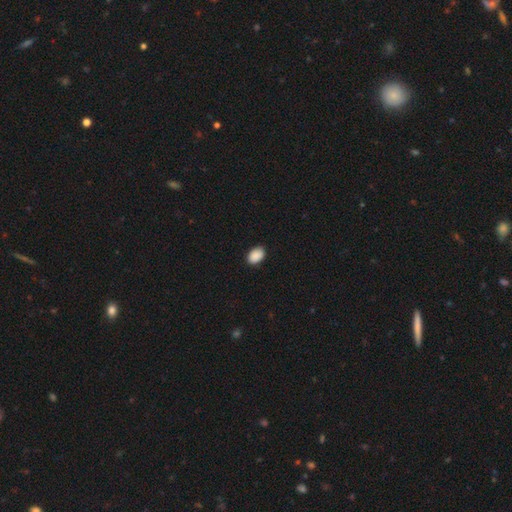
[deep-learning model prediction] smooth_or_featured: smooth (p=0.90) [alt: star or artifact p=0.07]
how_rounded: in between (p=0.86) [alt: round p=0.13]
merging: none (p=0.87) [alt: minor disturbance p=0.10]